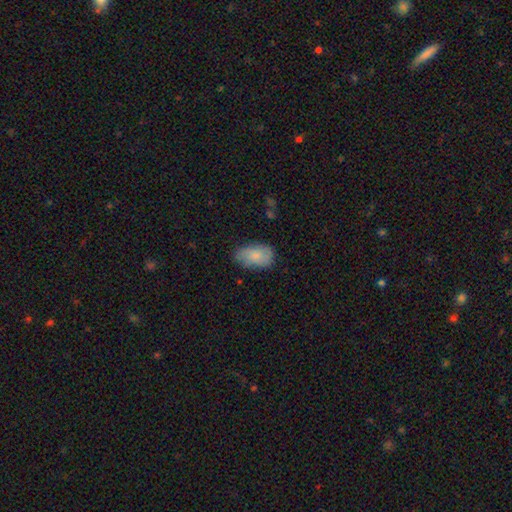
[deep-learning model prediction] smooth_or_featured: smooth (p=0.78) [alt: featured or disk p=0.16]
how_rounded: in between (p=0.91) [alt: round p=0.07]
merging: none (p=0.68) [alt: minor disturbance p=0.25]